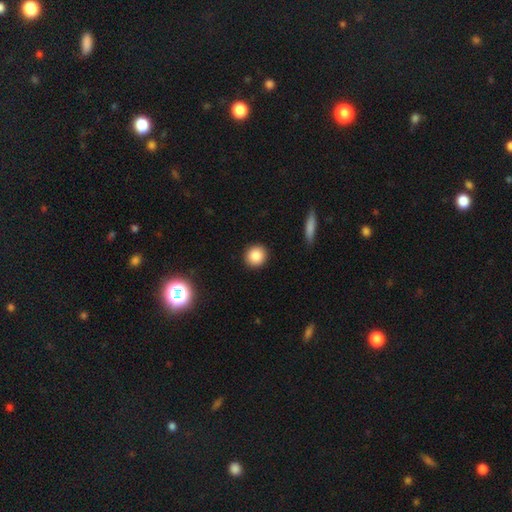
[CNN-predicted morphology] Smooth or featured? smooth (86%)
How rounded? round (91%)
Merging? none (92%)